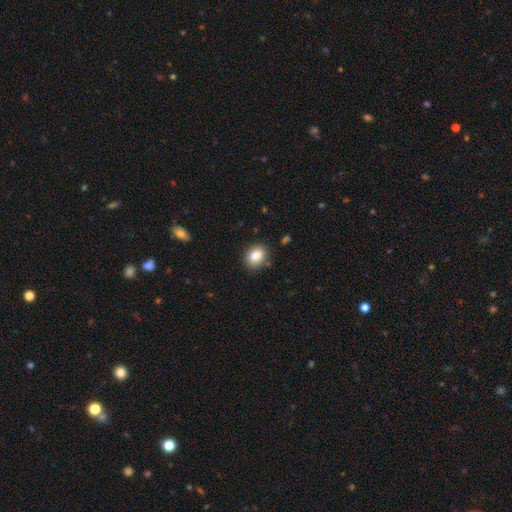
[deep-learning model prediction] Smooth or featured? Predicted: smooth (p=0.84). How rounded? Predicted: in between (p=0.53). Merging? Predicted: none (p=0.85).